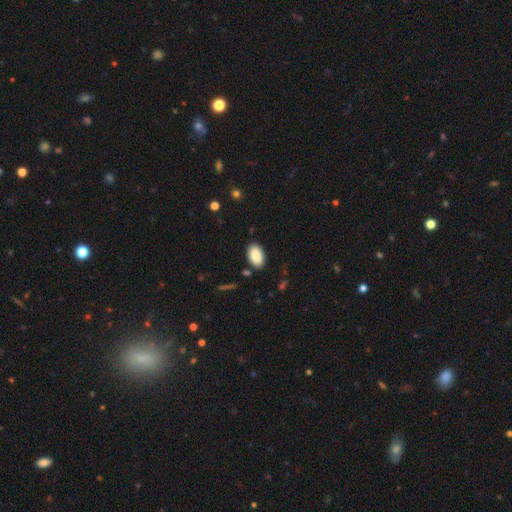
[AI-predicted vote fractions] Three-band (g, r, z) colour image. It shows a smooth galaxy with no disk features (88%) that is in between round and cigar-shaped (93%). Merging: none (86%).